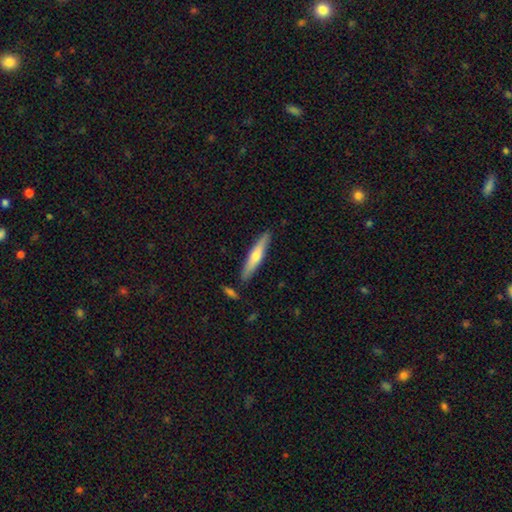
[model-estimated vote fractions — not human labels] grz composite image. It shows a smooth galaxy with no disk features (50%). Merging: none (86%).